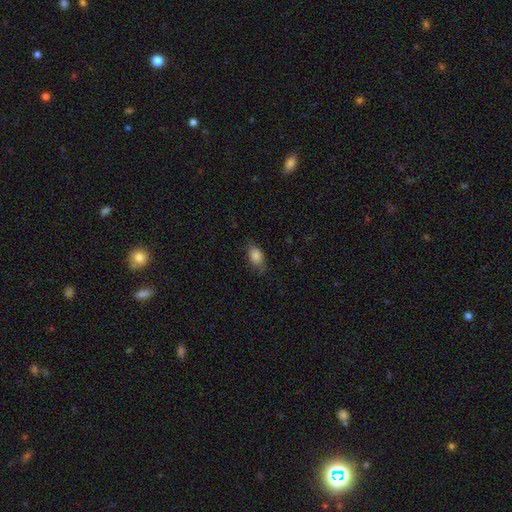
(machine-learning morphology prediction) Smooth or featured? smooth (82%)
How rounded? in between (85%)
Merging? none (68%)